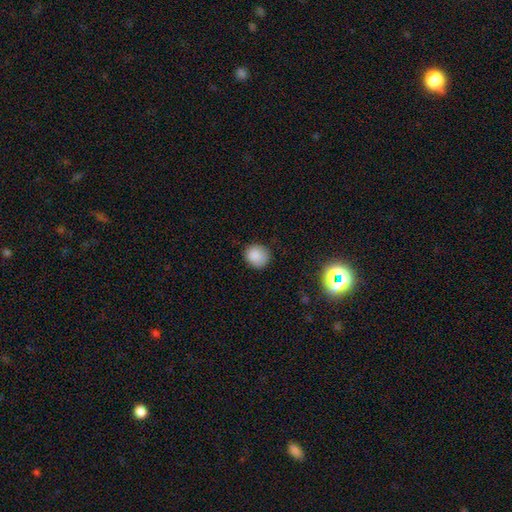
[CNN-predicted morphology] A smooth galaxy with no disk features (86%) that is round (83%).

Vote fractions:
- Smooth or featured? smooth: 86% / star or artifact: 9% / featured or disk: 4%
- How rounded? round: 83% / in between: 16% / cigar-shaped: 1%
- Merging? none: 83% / minor disturbance: 13% / major disturbance: 3% / merger: 1%